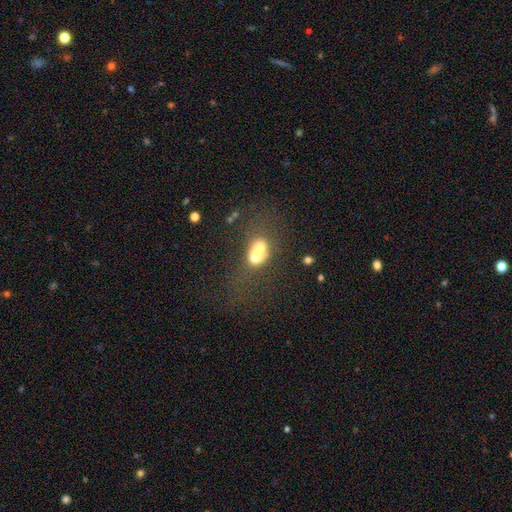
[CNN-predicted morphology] The model was most divided on "how rounded": in between: 51%, round: 47%, cigar-shaped: 2%. More confident: merging — merger (65%); smooth or featured — smooth (51%).